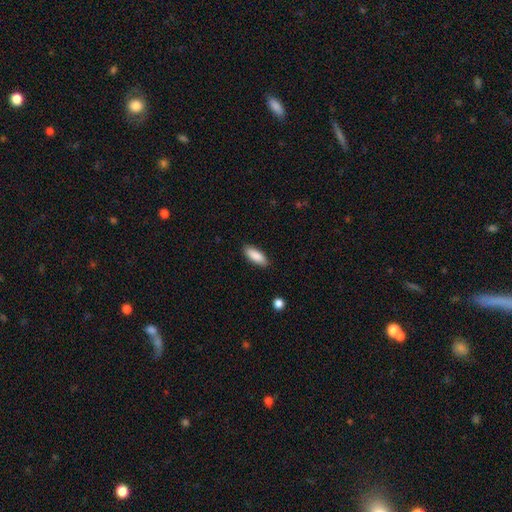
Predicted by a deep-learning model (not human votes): smooth 88%, star or artifact 6%, featured or disk 6%. Down the decision tree: how rounded — in between (71%); merging — none (88%).